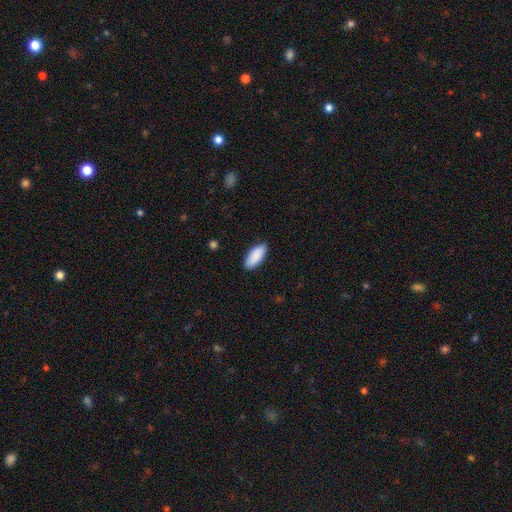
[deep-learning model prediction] smooth-or-featured: smooth: 90% | star or artifact: 6% | featured or disk: 4%
  how-rounded: in between: 82% | cigar-shaped: 16% | round: 2%
  merging: none: 87% | minor disturbance: 10% | major disturbance: 2% | merger: 1%